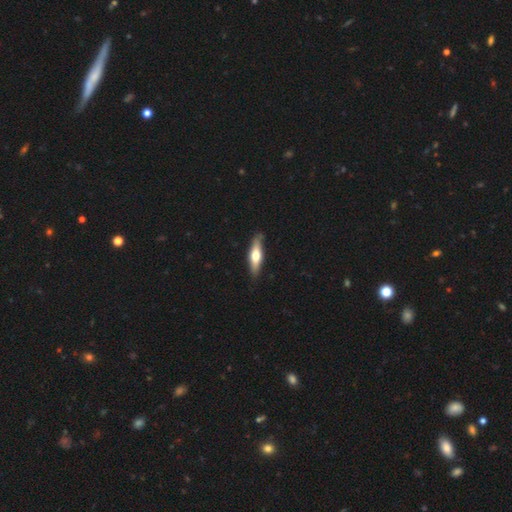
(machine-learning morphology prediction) Smooth or featured? Predicted: featured or disk (p=0.48). Merging? Predicted: none (p=0.85).